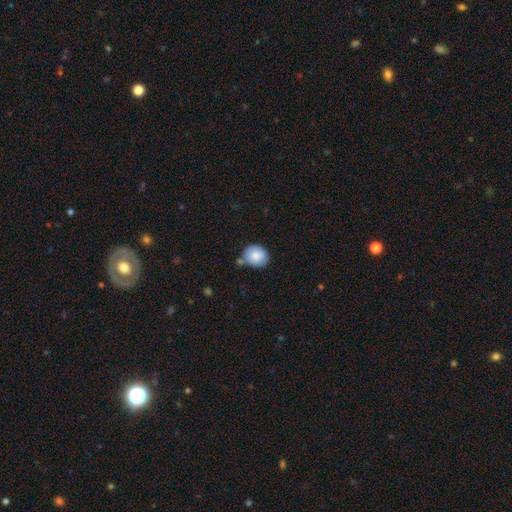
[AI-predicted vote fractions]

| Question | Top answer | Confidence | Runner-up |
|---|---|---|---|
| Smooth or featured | smooth | 84% | featured or disk (9%) |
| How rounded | round | 69% | in between (30%) |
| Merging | none | 64% | minor disturbance (20%) |